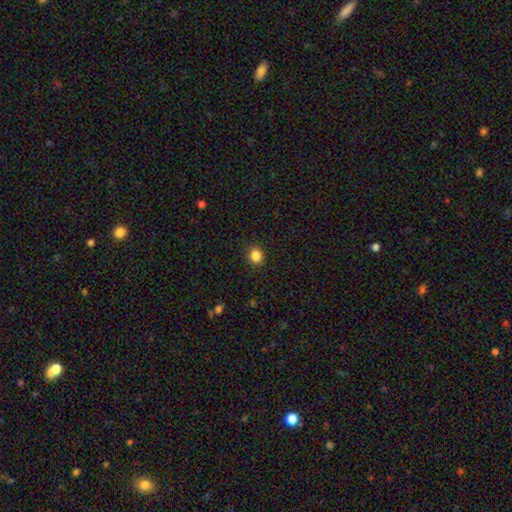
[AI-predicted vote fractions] Smooth or featured? Predicted: smooth (p=0.86). How rounded? Predicted: round (p=0.79). Merging? Predicted: none (p=0.90).